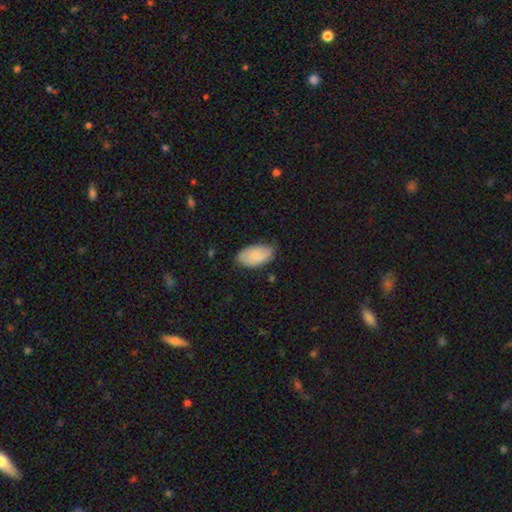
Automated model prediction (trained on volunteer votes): Overall: smooth (78%). How rounded: in between (95%). Merging: none (72%).